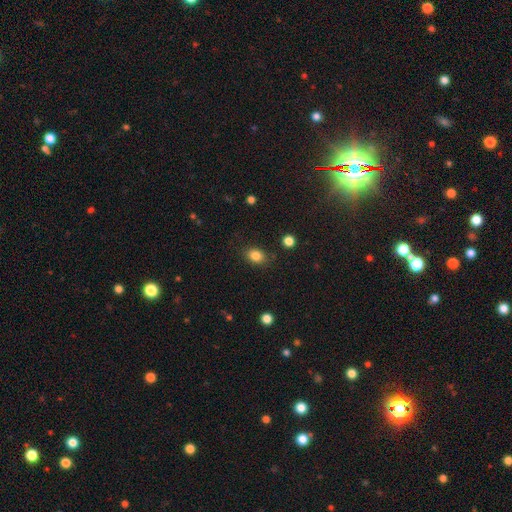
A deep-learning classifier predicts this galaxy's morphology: A smooth galaxy with no disk features (84%) that is in between round and cigar-shaped (63%). Merging: none (82%).